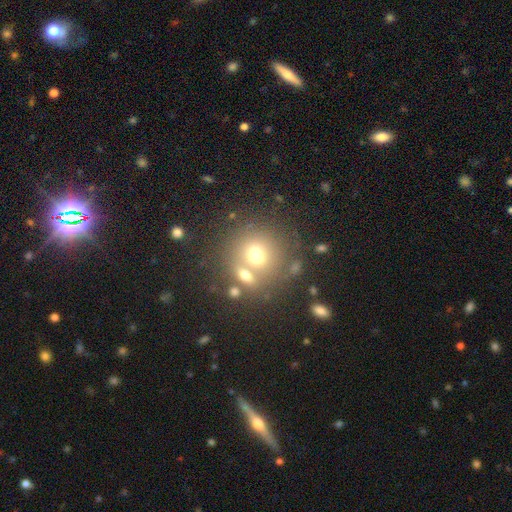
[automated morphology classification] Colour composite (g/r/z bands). It shows a smooth galaxy with no disk features (59%) that is round (83%). Merging: none (48%).